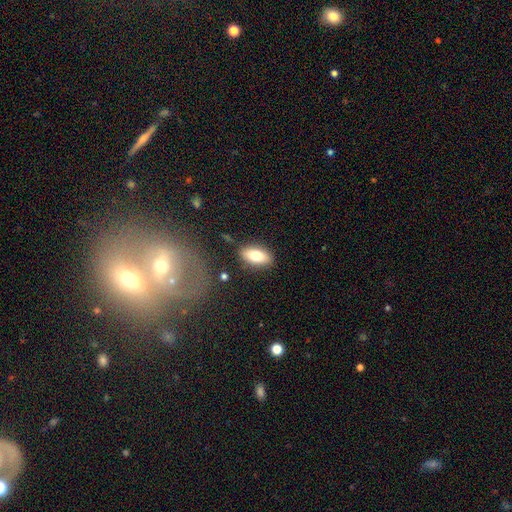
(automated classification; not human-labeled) Smooth or featured? Predicted: smooth (p=0.77). How rounded? Predicted: in between (p=0.88). Merging? Predicted: none (p=0.84).